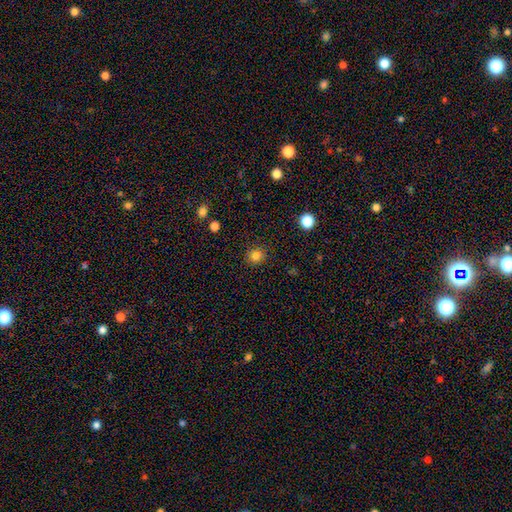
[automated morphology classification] Overall: smooth (82%). How rounded: round (89%). Merging: none (90%).